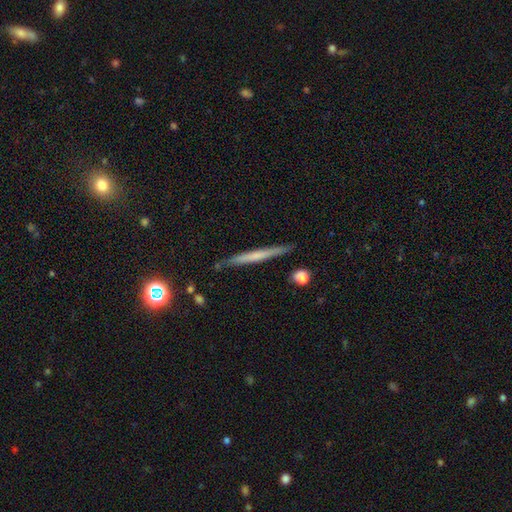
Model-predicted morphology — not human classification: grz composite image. It shows a featured or disk galaxy (47%). Merging: none (88%).